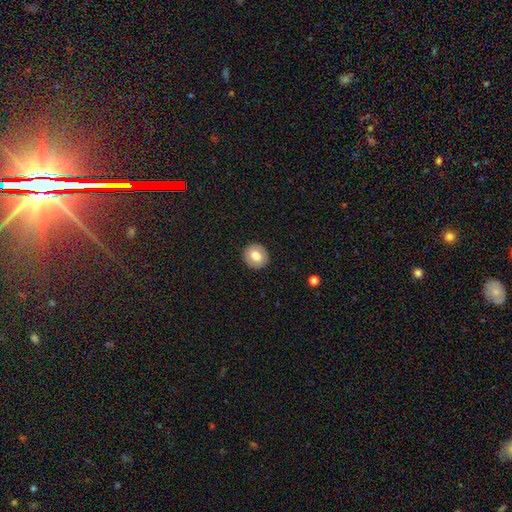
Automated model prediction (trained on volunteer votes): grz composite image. It shows a smooth galaxy with no disk features (75%) that is round (87%). Merging: none (91%).